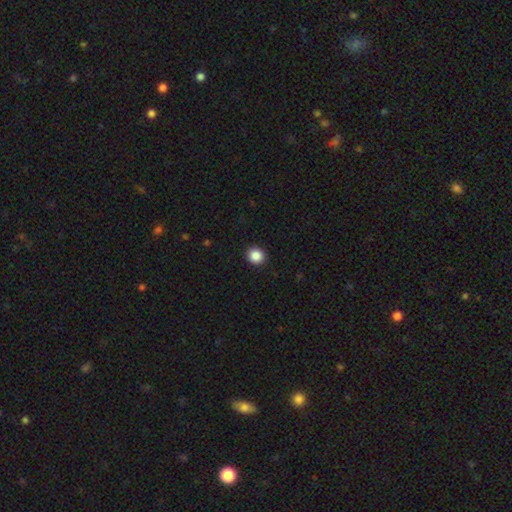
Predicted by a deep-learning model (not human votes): Morphology: type=smooth (88%); roundness=round (88%); merging=none (93%).